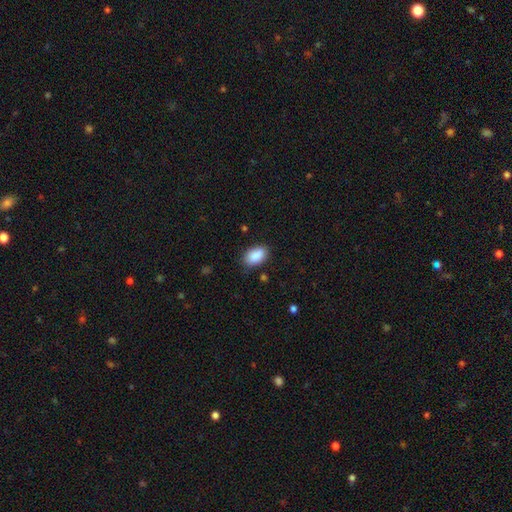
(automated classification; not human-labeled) This appears to be a smooth galaxy with no disk features (90%) that is in between round and cigar-shaped (93%). Merging: none (82%).